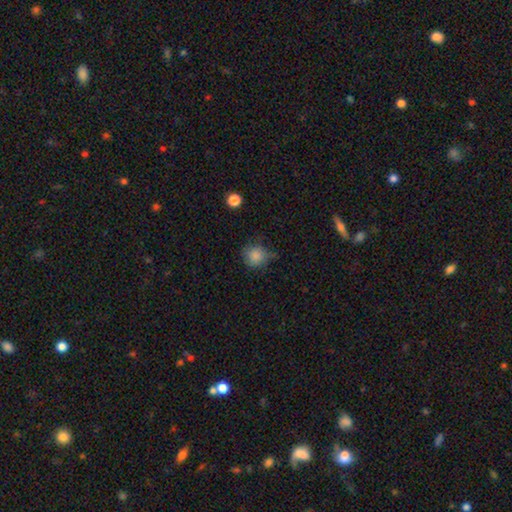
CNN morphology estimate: smooth_or_featured: smooth (p=0.84) [alt: star or artifact p=0.10]
how_rounded: round (p=0.89) [alt: in between p=0.10]
merging: none (p=0.63) [alt: minor disturbance p=0.28]